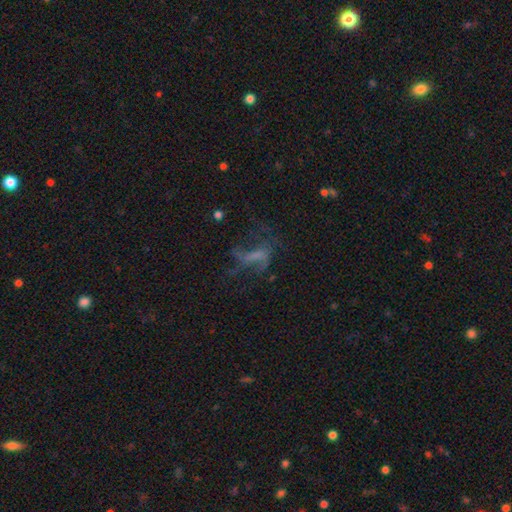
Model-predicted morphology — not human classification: This appears to be a featured or disk galaxy (54%) with no bar (51%), spiral arms (51%) and no central bulge (64%). Merging: major disturbance (40%, tied with none).